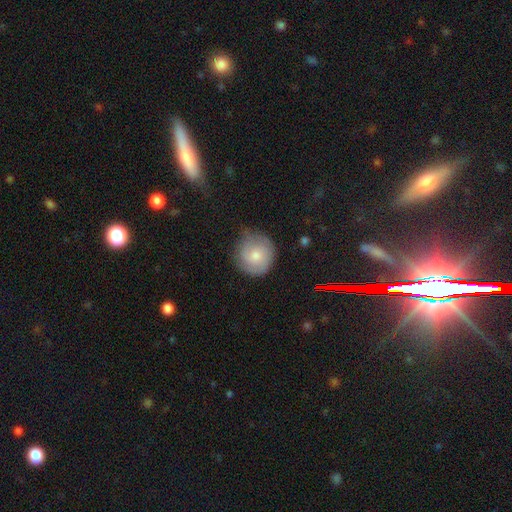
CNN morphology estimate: Q: Smooth or featured?
A: smooth (63%); runner-up: featured or disk (31%)
Q: How rounded?
A: round (91%); runner-up: in between (8%)
Q: Merging?
A: none (60%); runner-up: minor disturbance (30%)